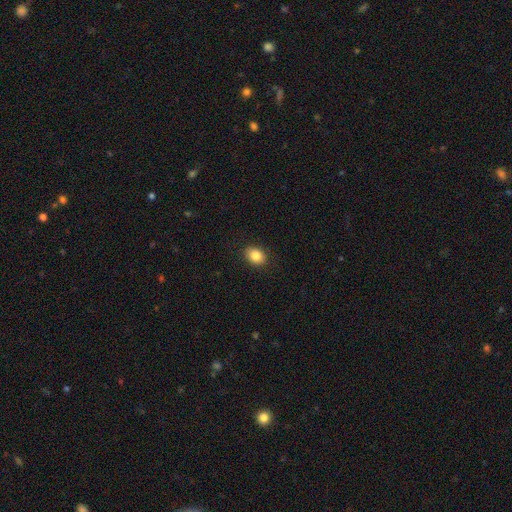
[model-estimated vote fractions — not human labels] Smooth or featured?
  - smooth: 85% *
  - star or artifact: 9%
  - featured or disk: 6%
How rounded?
  - in between: 63% *
  - round: 36%
  - cigar-shaped: 1%
Merging?
  - none: 89% *
  - minor disturbance: 8%
  - major disturbance: 2%
  - merger: 1%